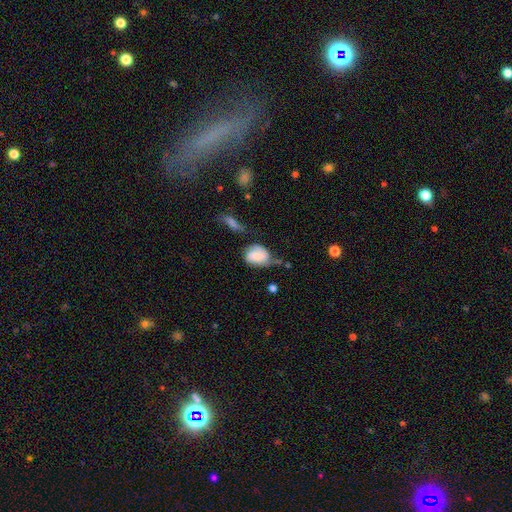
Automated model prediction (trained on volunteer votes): Smooth or featured? smooth (63%)
How rounded? in between (65%)
Merging? none (38%)